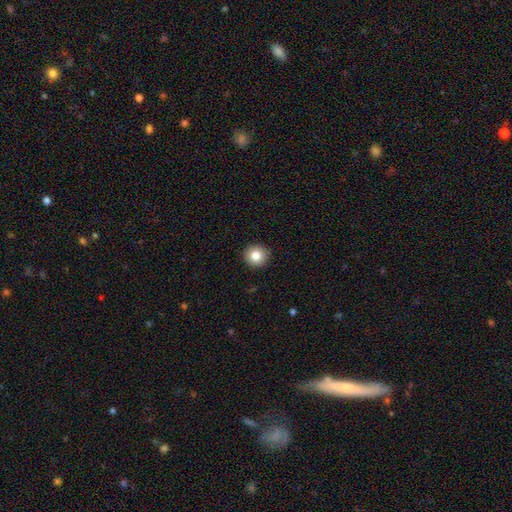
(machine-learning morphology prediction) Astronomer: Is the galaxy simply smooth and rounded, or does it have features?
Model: smooth — 82%.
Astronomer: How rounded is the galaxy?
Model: round — 93%.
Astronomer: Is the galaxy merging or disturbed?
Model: none — 92%.